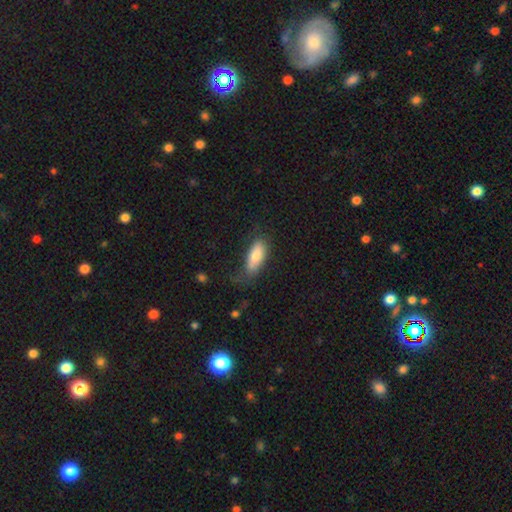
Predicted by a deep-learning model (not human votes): Morphology: type=smooth (76%); roundness=in between (76%); merging=none (58%).